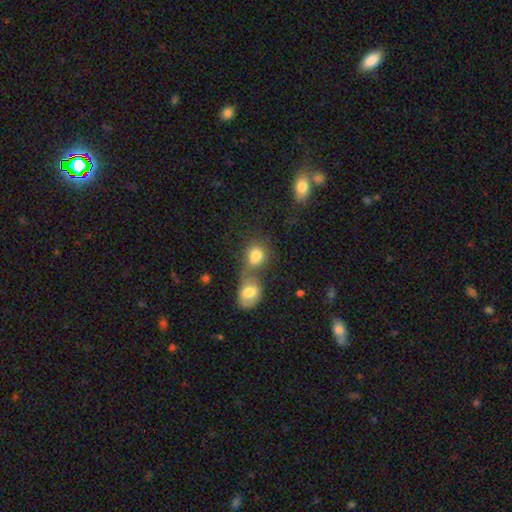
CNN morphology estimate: smooth-or-featured: smooth: 80% | featured or disk: 10% | star or artifact: 10%
  how-rounded: round: 59% | in between: 39% | cigar-shaped: 1%
  merging: merger: 61% | none: 27% | minor disturbance: 8% | major disturbance: 5%